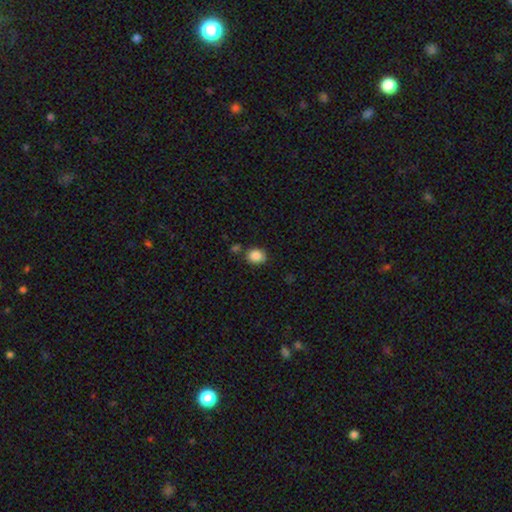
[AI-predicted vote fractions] Overall: smooth (87%). How rounded: round (59%; in between 40%). Merging: none (75%).